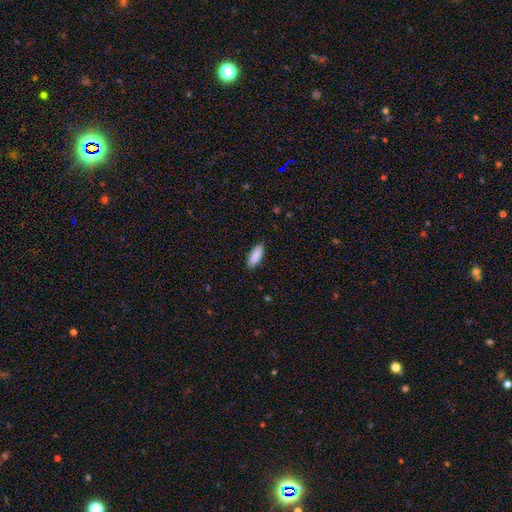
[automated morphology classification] A smooth galaxy with no disk features (90%) that is in between round and cigar-shaped (70%).

Vote fractions:
- Smooth or featured? smooth: 90% / star or artifact: 6% / featured or disk: 4%
- How rounded? in between: 70% / cigar-shaped: 28% / round: 2%
- Merging? none: 89% / minor disturbance: 8% / major disturbance: 2% / merger: 1%